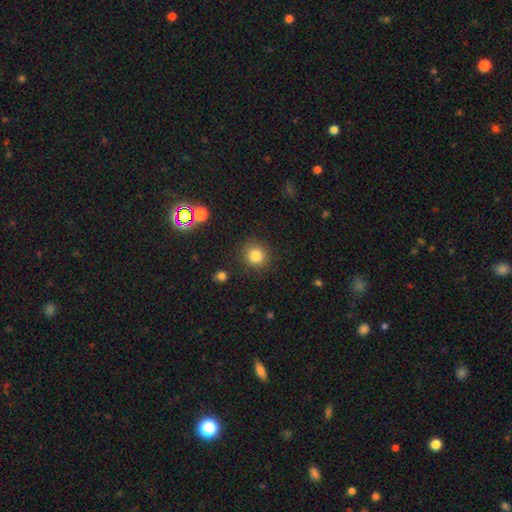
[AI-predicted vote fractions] The model was most divided on "smooth or featured": smooth: 82%, star or artifact: 12%, featured or disk: 6%. More confident: how rounded — round (90%); merging — none (87%).